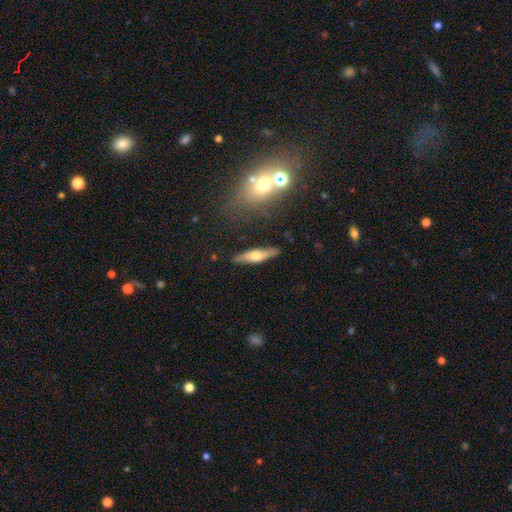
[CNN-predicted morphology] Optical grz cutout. It shows a smooth galaxy with no disk features (52%) that is cigar-shaped (72%). Merging: none (84%).